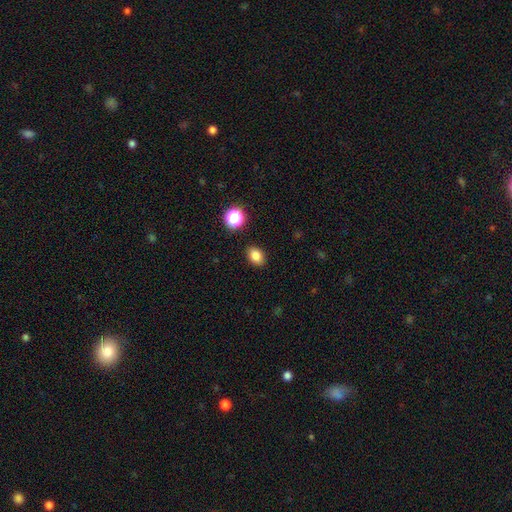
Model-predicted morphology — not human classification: The model was most divided on "how rounded": in between: 69%, round: 30%, cigar-shaped: 1%. More confident: merging — none (88%); smooth or featured — smooth (83%).